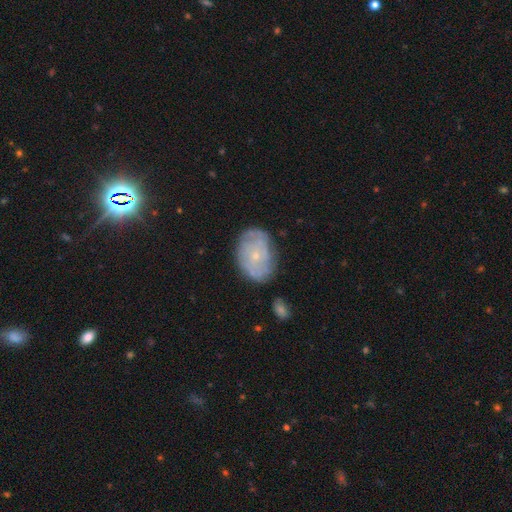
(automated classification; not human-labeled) This appears to be a featured or disk galaxy (60%) with no bar (85%), spiral arms (65%) and a small central bulge (81%). Merging: none (70%).